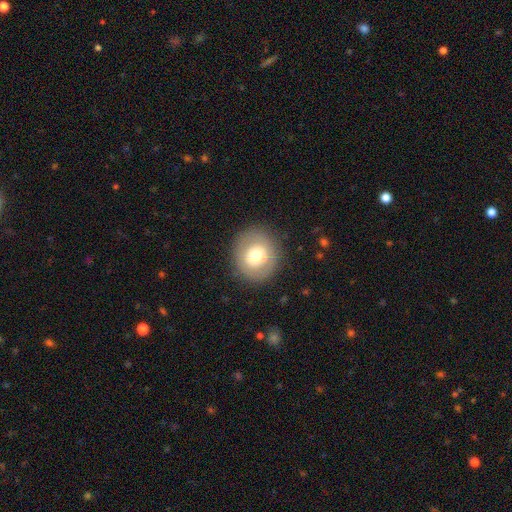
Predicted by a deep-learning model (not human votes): The model was most divided on "smooth or featured": smooth: 60%, featured or disk: 31%, star or artifact: 9%. More confident: how rounded — round (81%); merging — none (80%).